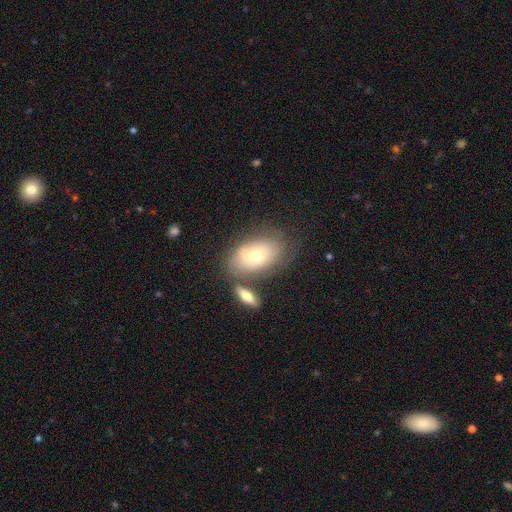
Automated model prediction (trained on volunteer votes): Smooth or featured: smooth — 51% (featured or disk — 41%)
How rounded: in between — 87% (round — 11%)
Merging: none — 55% (minor disturbance — 19%)